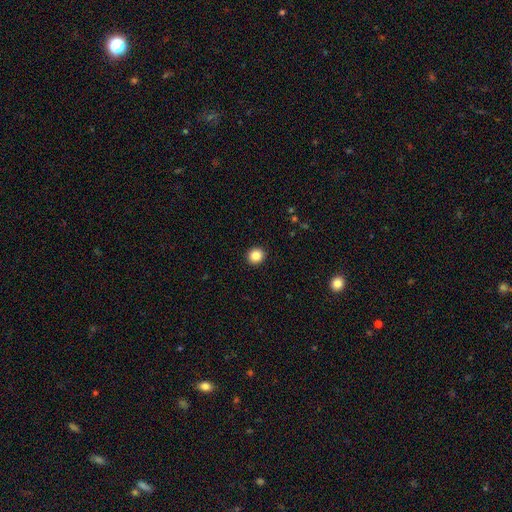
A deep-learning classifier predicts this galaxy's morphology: smooth_or_featured: smooth (p=0.86) [alt: star or artifact p=0.10]
how_rounded: round (p=0.89) [alt: in between p=0.10]
merging: none (p=0.93) [alt: minor disturbance p=0.04]